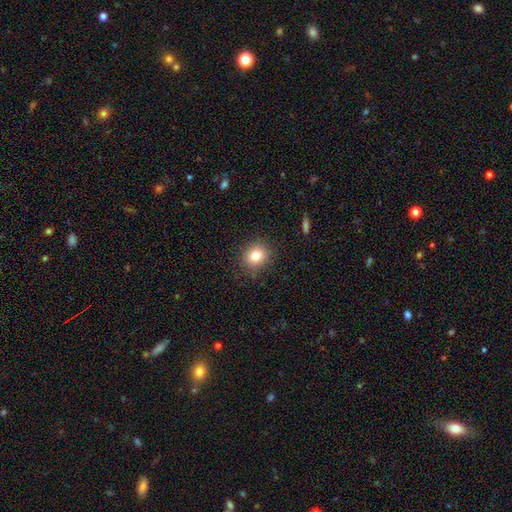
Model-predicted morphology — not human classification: The model was most divided on "how rounded": round: 75%, in between: 24%, cigar-shaped: 1%. More confident: merging — none (86%); smooth or featured — smooth (80%).